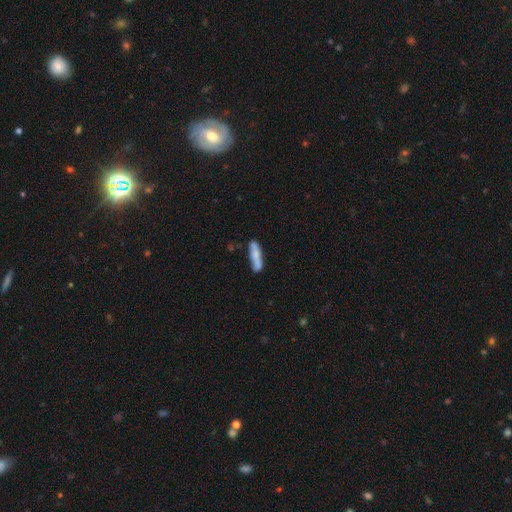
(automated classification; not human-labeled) Morphology: type=smooth (70%); roundness=cigar-shaped (71%); merging=none (69%).